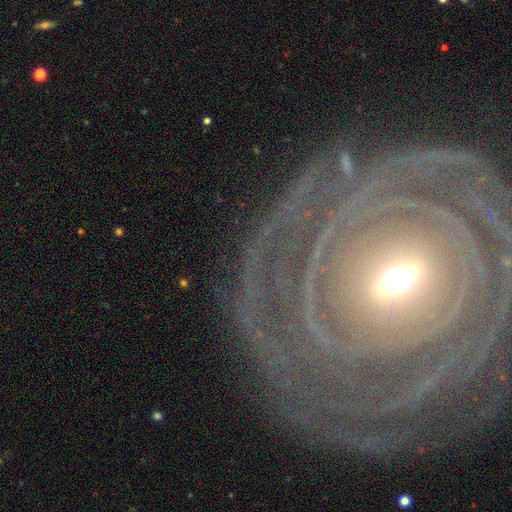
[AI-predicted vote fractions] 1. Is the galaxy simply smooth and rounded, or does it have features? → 83% featured or disk, 9% star or artifact, 8% smooth.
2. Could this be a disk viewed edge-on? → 93% no, 7% yes.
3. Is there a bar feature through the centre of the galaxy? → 36% strong, 34% no, 30% weak.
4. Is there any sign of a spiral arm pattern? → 89% yes, 11% no.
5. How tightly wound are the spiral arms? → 84% tight, 12% medium, 4% loose.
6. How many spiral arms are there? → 34% can't tell, 16% more than 4, 15% 2, 13% 3, 13% 4, 9% 1.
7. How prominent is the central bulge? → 58% moderate, 31% small, 8% large, 2% dominant, 1% none.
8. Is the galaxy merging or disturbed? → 78% none, 12% minor disturbance, 8% major disturbance, 2% merger.